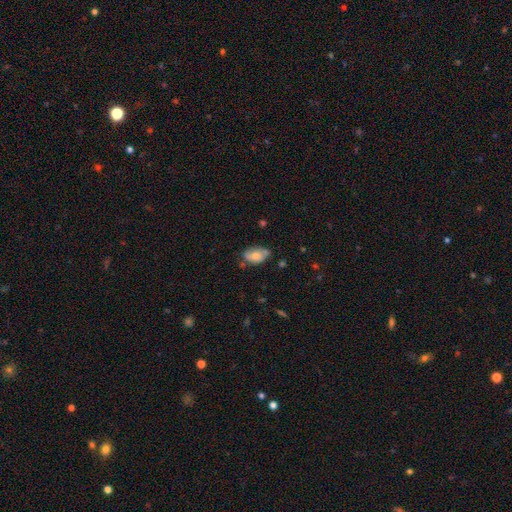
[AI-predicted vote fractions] smooth 63%, featured or disk 29%, star or artifact 7%. Down the decision tree: how rounded — in between (88%); merging — none (59%).